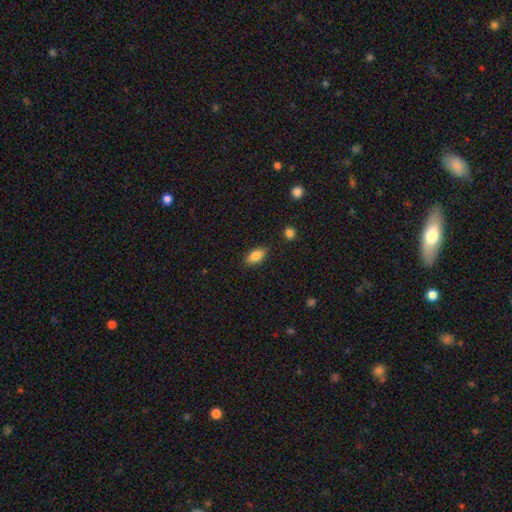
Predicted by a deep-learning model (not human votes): Smooth or featured? Predicted: smooth (p=0.84). How rounded? Predicted: in between (p=0.89). Merging? Predicted: none (p=0.83).